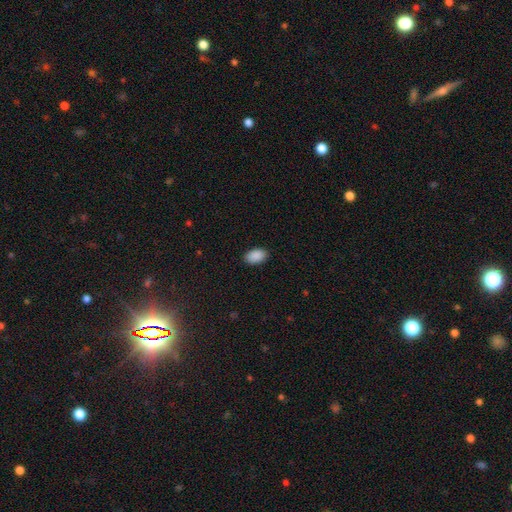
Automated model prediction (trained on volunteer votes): smooth-or-featured: smooth: 90% | star or artifact: 7% | featured or disk: 3%
  how-rounded: in between: 92% | round: 7% | cigar-shaped: 1%
  merging: none: 89% | minor disturbance: 8% | major disturbance: 2% | merger: 1%